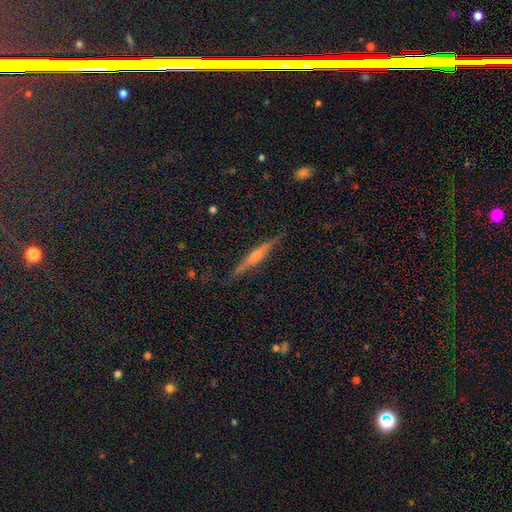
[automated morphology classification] type=featured or disk (68%); edge-on=yes (97%); edge-on bulge=rounded (59%); merging=none (85%).